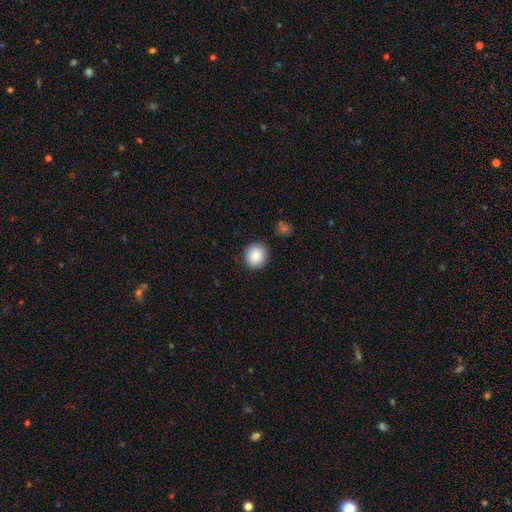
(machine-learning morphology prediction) The model was most divided on "how rounded": round: 87%, in between: 12%, cigar-shaped: 1%. More confident: merging — none (88%); smooth or featured — smooth (88%).